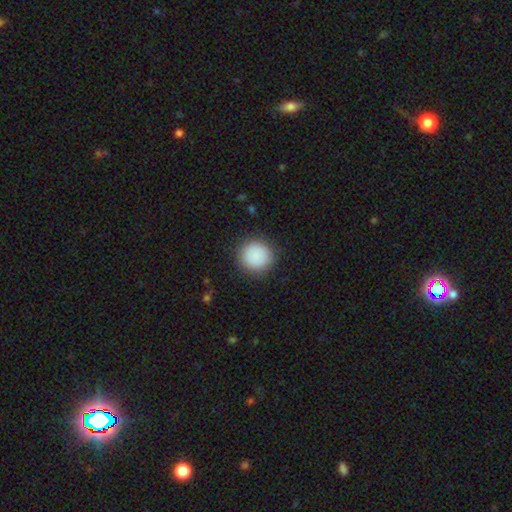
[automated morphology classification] Overall: smooth (88%). How rounded: round (94%). Merging: none (90%).